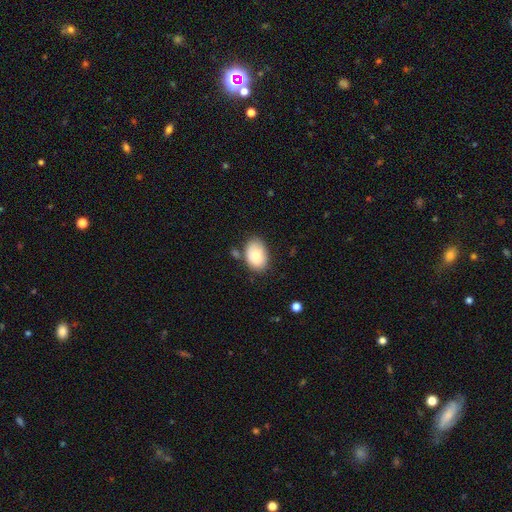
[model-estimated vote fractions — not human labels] Morphology: type=smooth (79%); roundness=in between (85%); merging=none (70%).